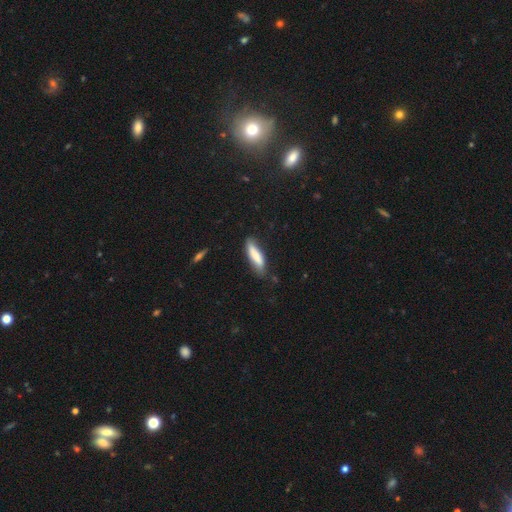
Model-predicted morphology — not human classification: Overall: smooth (77%). How rounded: cigar-shaped (66%; in between 32%). Merging: none (72%).